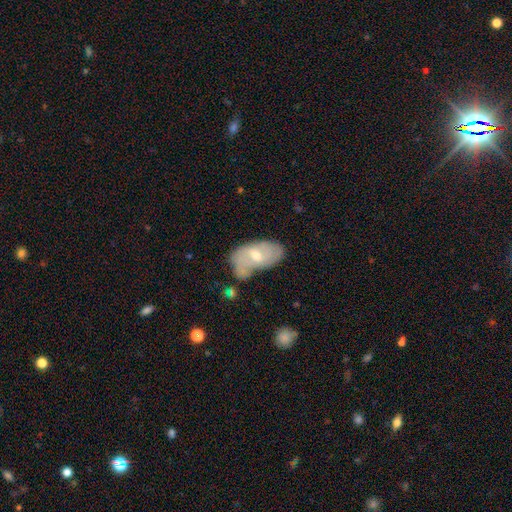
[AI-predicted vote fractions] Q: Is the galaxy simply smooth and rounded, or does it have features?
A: featured or disk — 49%.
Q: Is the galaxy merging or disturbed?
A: none — 40%.